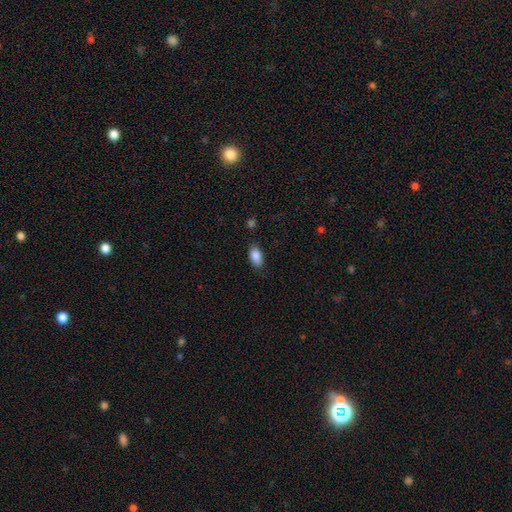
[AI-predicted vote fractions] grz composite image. It shows a smooth galaxy with no disk features (88%) that is in between round and cigar-shaped (92%). Merging: none (81%).